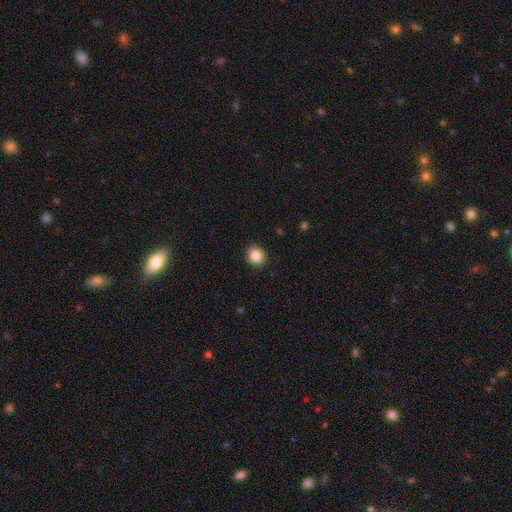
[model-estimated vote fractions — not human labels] Smooth or featured? smooth (86%)
How rounded? round (74%)
Merging? none (91%)